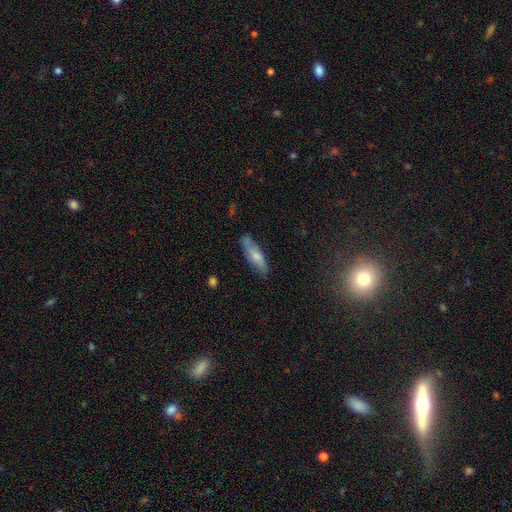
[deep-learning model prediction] smooth-or-featured: smooth: 65% | featured or disk: 28% | star or artifact: 7%
  how-rounded: cigar-shaped: 59% | in between: 39% | round: 2%
  merging: none: 76% | minor disturbance: 18% | major disturbance: 4% | merger: 2%